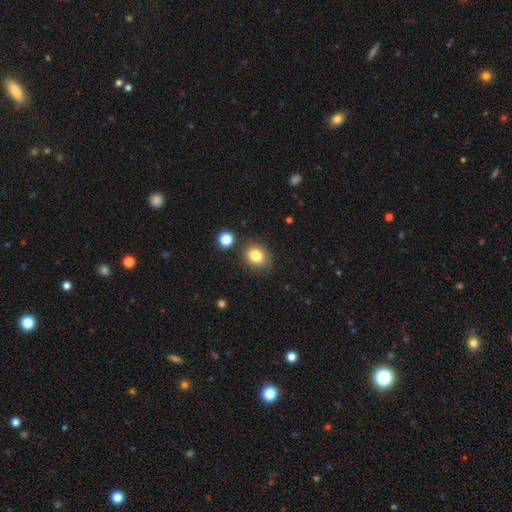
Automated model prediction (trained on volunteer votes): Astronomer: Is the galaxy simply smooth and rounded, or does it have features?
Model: smooth — 83%.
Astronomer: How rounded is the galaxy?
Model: round — 58% (runner-up: in between, 41%).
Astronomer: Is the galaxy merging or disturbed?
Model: none — 80%.